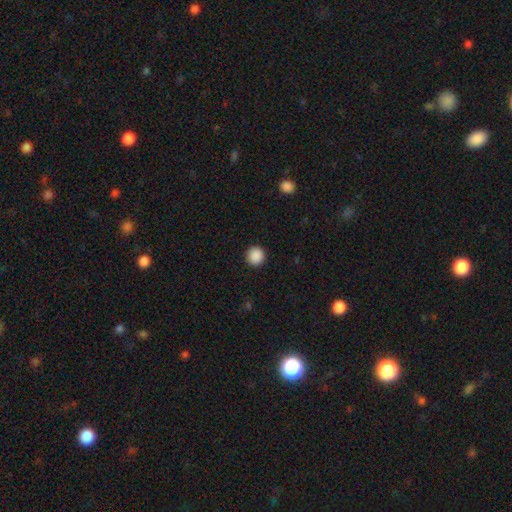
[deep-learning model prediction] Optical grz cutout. It shows a smooth galaxy with no disk features (89%) that is round (95%). Merging: none (93%).